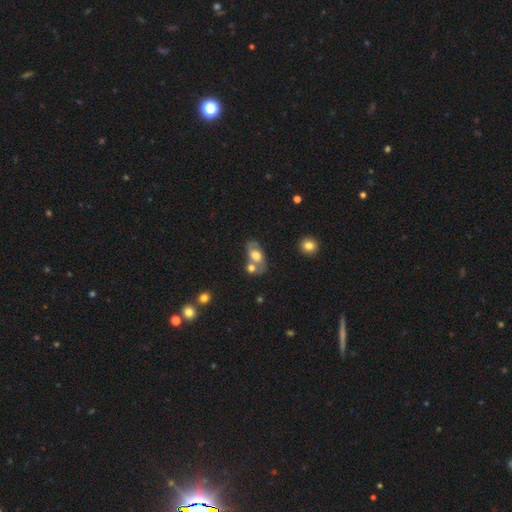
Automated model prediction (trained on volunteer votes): Q: Smooth or featured?
A: smooth (56%); runner-up: featured or disk (36%)
Q: How rounded?
A: in between (85%); runner-up: round (12%)
Q: Merging?
A: none (43%); runner-up: merger (35%)